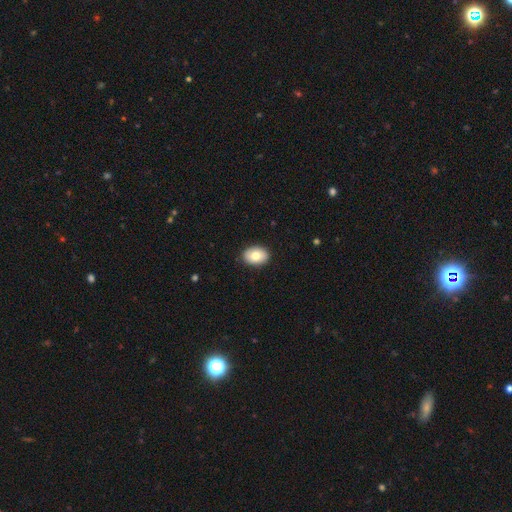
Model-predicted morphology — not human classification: smooth-or-featured: smooth: 79% | featured or disk: 14% | star or artifact: 7%
  how-rounded: in between: 78% | round: 21% | cigar-shaped: 1%
  merging: none: 90% | minor disturbance: 7% | major disturbance: 2% | merger: 1%